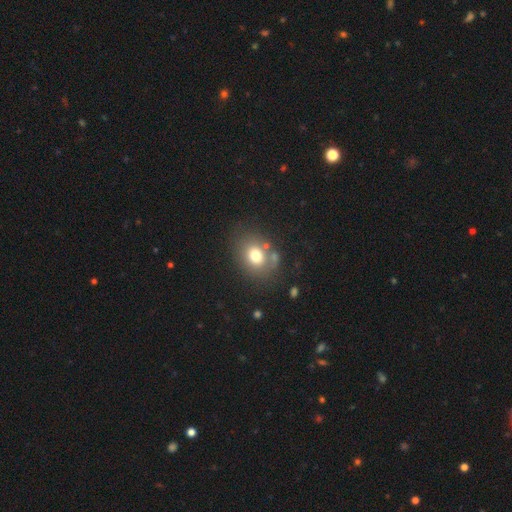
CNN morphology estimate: A smooth galaxy with no disk features (73%) that is round (54%). Merging: none (67%).